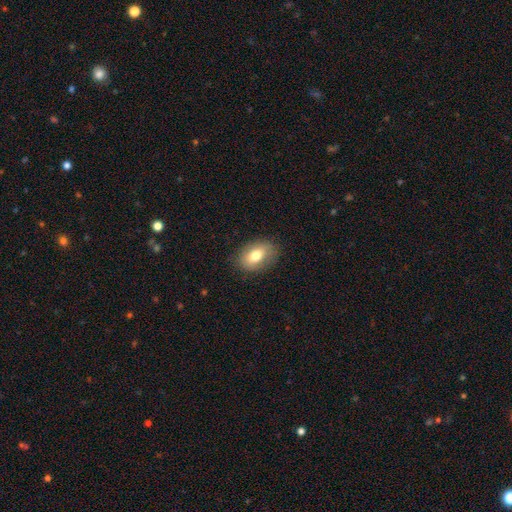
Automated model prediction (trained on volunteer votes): This is likely a smooth galaxy (73%). How rounded: clearly in between (82%). Merging: clearly none (83%).